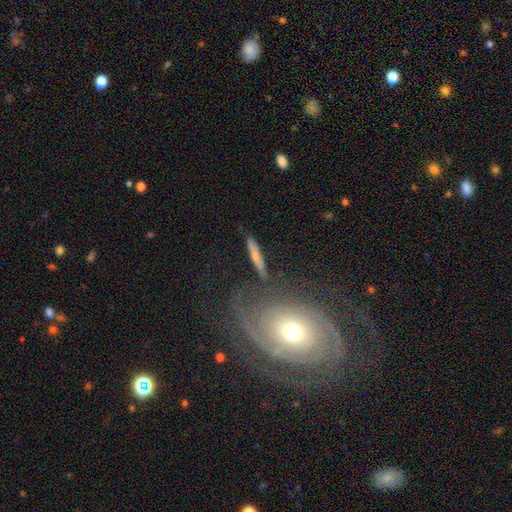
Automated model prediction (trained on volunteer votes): Smooth or featured? smooth (60%)
How rounded? cigar-shaped (89%)
Merging? none (79%)